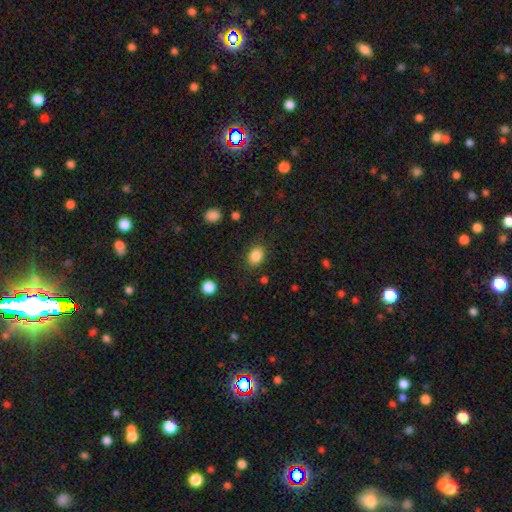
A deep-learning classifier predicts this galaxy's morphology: Smooth or featured? Predicted: smooth (p=0.86). How rounded? Predicted: in between (p=0.66). Merging? Predicted: none (p=0.82).